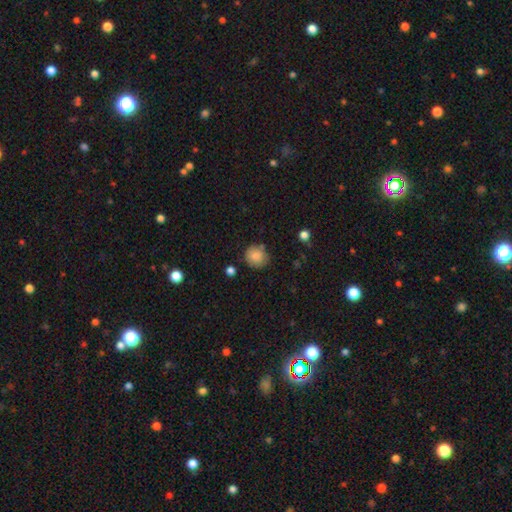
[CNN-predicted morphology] type=smooth (85%); roundness=round (86%); merging=none (77%).